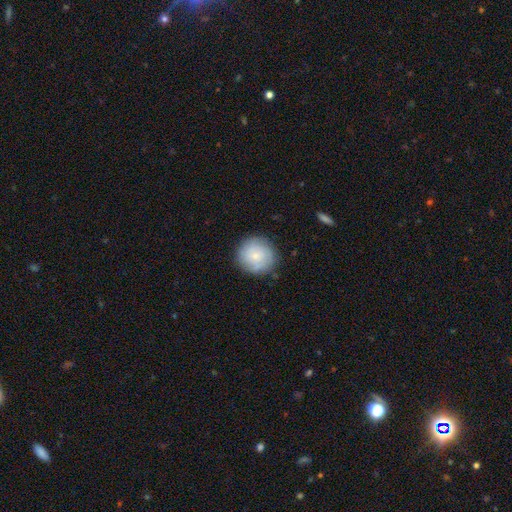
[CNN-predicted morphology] smooth-or-featured: smooth: 72% | featured or disk: 21% | star or artifact: 7%
  how-rounded: round: 93% | in between: 7% | cigar-shaped: 1%
  merging: none: 83% | minor disturbance: 12% | major disturbance: 3% | merger: 1%